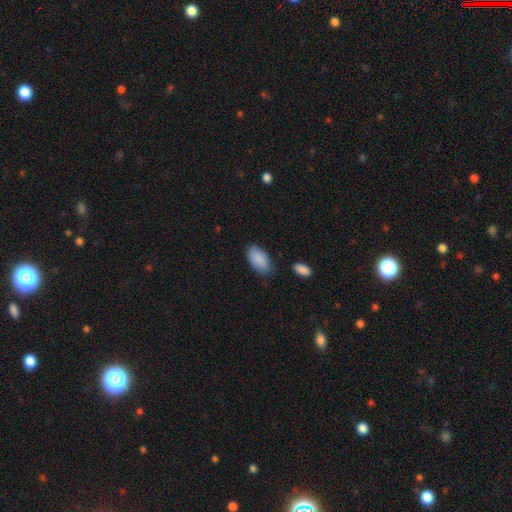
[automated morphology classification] smooth-or-featured: smooth: 89% | star or artifact: 6% | featured or disk: 5%
  how-rounded: in between: 95% | cigar-shaped: 3% | round: 3%
  merging: none: 77% | minor disturbance: 16% | merger: 3% | major disturbance: 3%